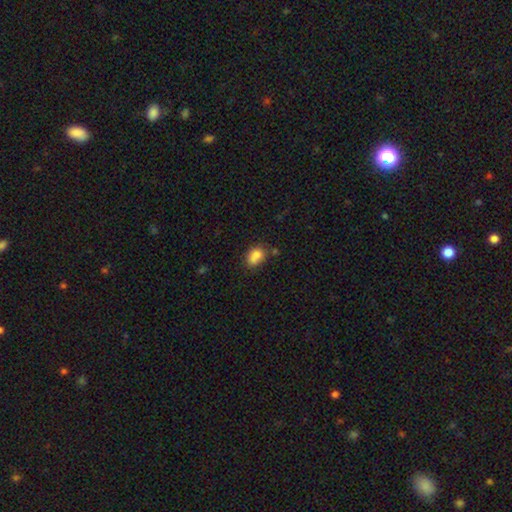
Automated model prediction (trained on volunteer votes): A smooth galaxy with no disk features (80%) that is in between round and cigar-shaped (70%).

Vote fractions:
- Smooth or featured? smooth: 80% / featured or disk: 10% / star or artifact: 10%
- How rounded? in between: 70% / round: 28% / cigar-shaped: 2%
- Merging? none: 49% / merger: 23% / minor disturbance: 22% / major disturbance: 7%